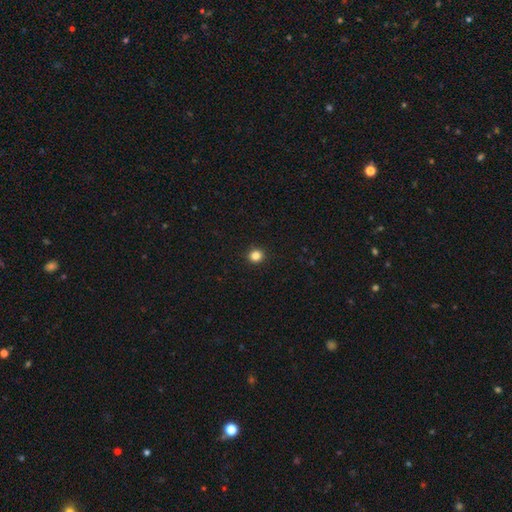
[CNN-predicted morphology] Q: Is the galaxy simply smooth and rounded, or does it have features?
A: smooth — 84%.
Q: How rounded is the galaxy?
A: round — 92%.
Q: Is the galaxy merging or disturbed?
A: none — 93%.